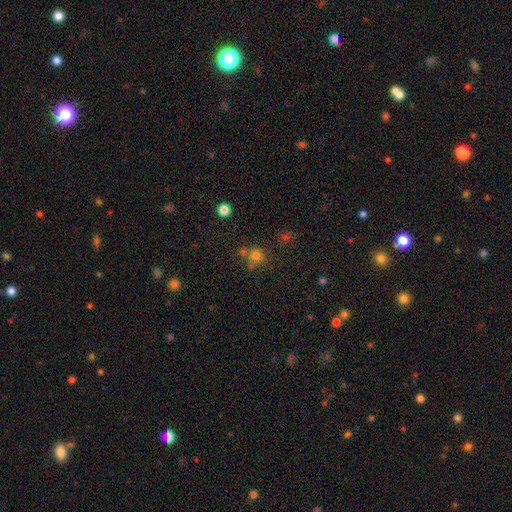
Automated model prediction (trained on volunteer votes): Overall: smooth (74%). How rounded: round (88%). Merging: none (63%).